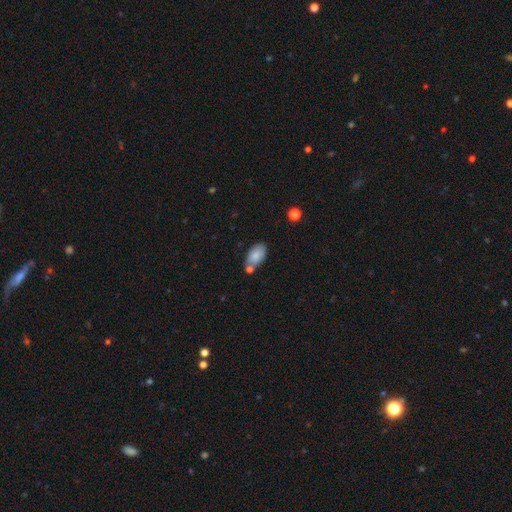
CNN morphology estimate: Smooth or featured? smooth (83%)
How rounded? in between (93%)
Merging? none (58%)